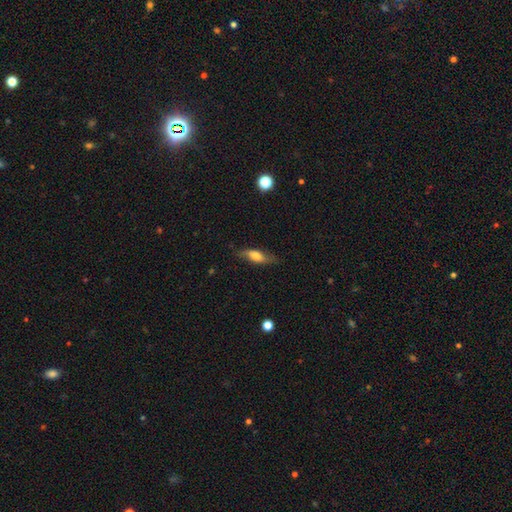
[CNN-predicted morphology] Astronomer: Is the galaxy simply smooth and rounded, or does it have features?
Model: smooth — 58% (runner-up: featured or disk, 34%).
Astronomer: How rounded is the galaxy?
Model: in between — 57% (runner-up: cigar-shaped, 39%).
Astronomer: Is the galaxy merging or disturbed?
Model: none — 73%.